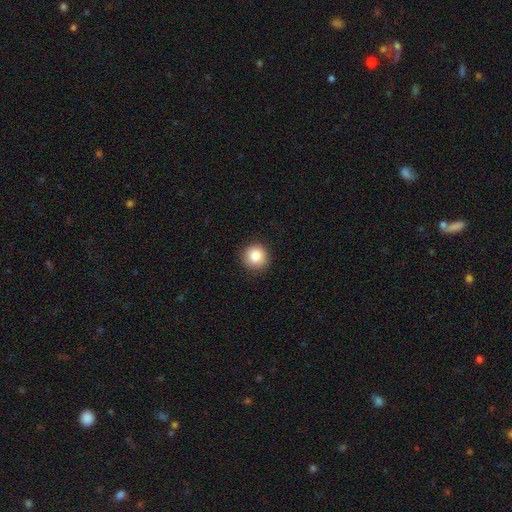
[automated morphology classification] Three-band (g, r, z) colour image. It shows a smooth galaxy with no disk features (86%) that is round (94%). Merging: none (91%).